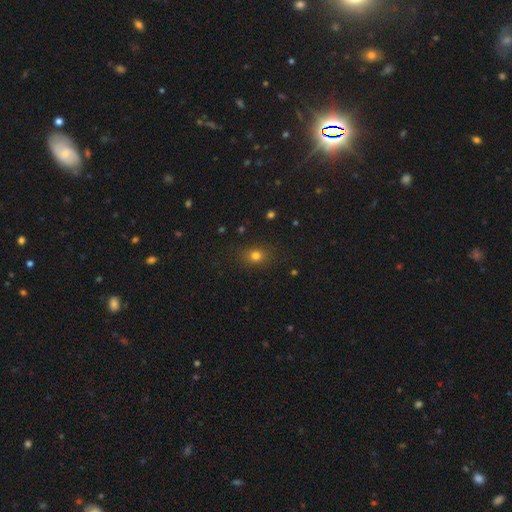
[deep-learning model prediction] This appears to be a smooth galaxy with no disk features (77%) that is round (54%). Merging: none (86%).